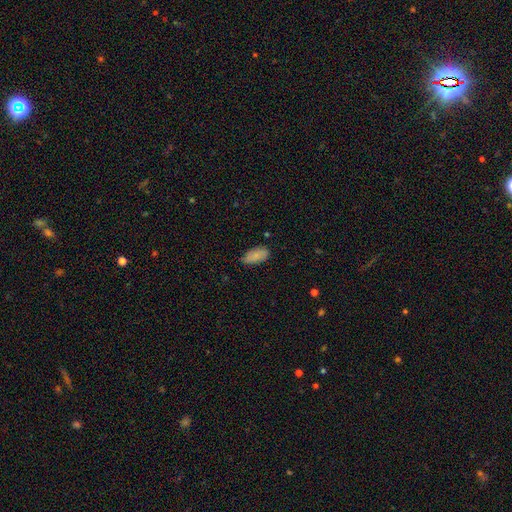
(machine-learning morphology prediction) Smooth or featured: smooth — 83% (featured or disk — 10%)
How rounded: in between — 91% (cigar-shaped — 6%)
Merging: none — 74% (minor disturbance — 22%)